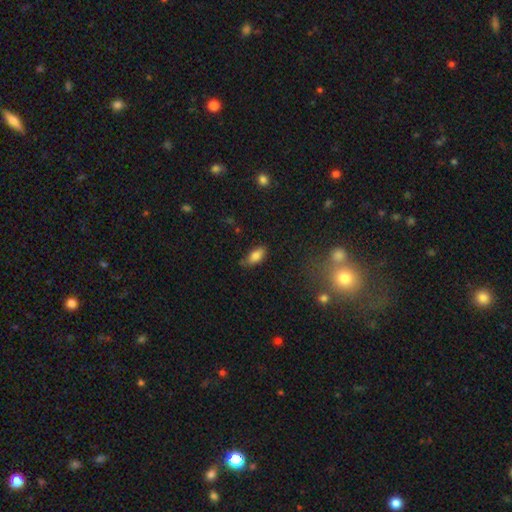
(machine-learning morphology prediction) The model was most divided on "merging": none: 67%, minor disturbance: 25%, major disturbance: 5%, merger: 2%. More confident: how rounded — in between (88%); smooth or featured — smooth (82%).